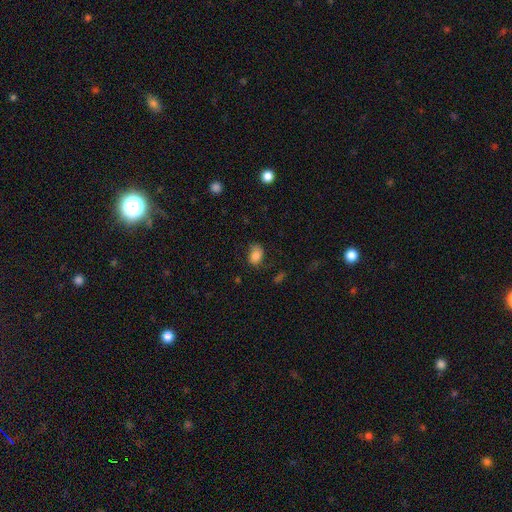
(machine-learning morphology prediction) A smooth galaxy with no disk features (78%) that is in between round and cigar-shaped (77%).

Vote fractions:
- Smooth or featured? smooth: 78% / featured or disk: 12% / star or artifact: 9%
- How rounded? in between: 77% / round: 22% / cigar-shaped: 1%
- Merging? none: 64% / minor disturbance: 25% / major disturbance: 9% / merger: 2%